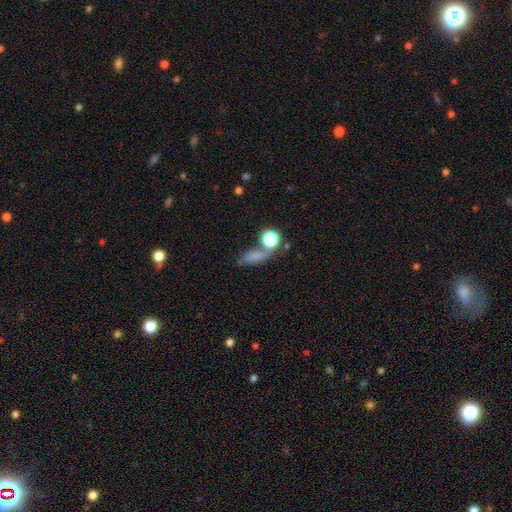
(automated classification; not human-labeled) This is likely a smooth galaxy (68%). How rounded: possibly in between (54%). Merging: possibly none (51%).